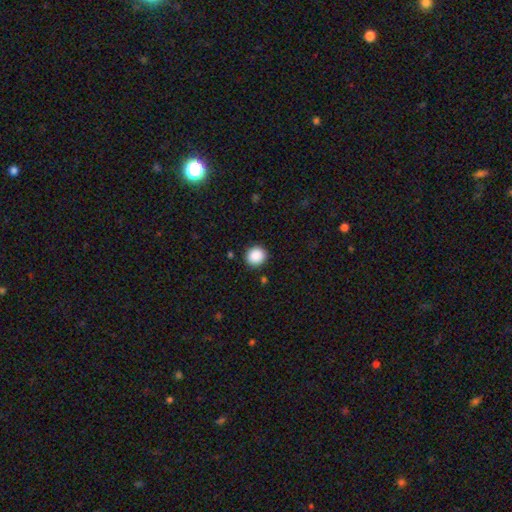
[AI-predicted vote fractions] This appears to be a smooth galaxy with no disk features (89%) that is round (90%). Merging: none (90%).